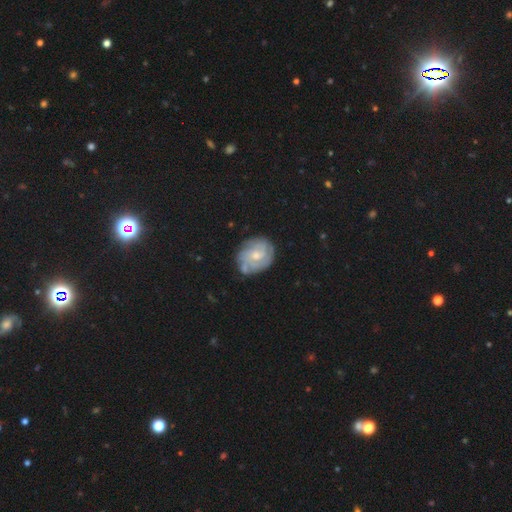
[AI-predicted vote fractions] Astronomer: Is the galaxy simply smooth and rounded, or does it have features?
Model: featured or disk — 71%.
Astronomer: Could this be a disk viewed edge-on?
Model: no — 97%.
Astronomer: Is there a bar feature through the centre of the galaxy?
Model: no — 67%.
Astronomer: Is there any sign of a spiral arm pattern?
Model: yes — 87%.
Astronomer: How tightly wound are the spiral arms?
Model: tight — 63%.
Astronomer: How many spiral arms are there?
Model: can't tell — 43% (runner-up: 3, 20%).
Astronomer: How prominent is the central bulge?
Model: moderate — 49% (runner-up: small, 44%).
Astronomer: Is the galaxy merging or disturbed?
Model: none — 70%.